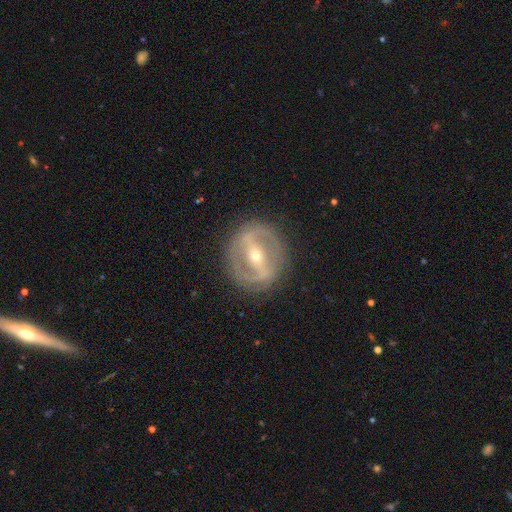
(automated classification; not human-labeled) Smooth or featured: featured or disk — 81% (smooth — 12%)
Edge-on disk: no — 90% (yes — 10%)
Bar: strong — 72% (weak — 20%)
Spiral arms: no — 51% (yes — 49%)
Bulge size: small — 52% (moderate — 44%)
Merging: none — 86% (minor disturbance — 9%)